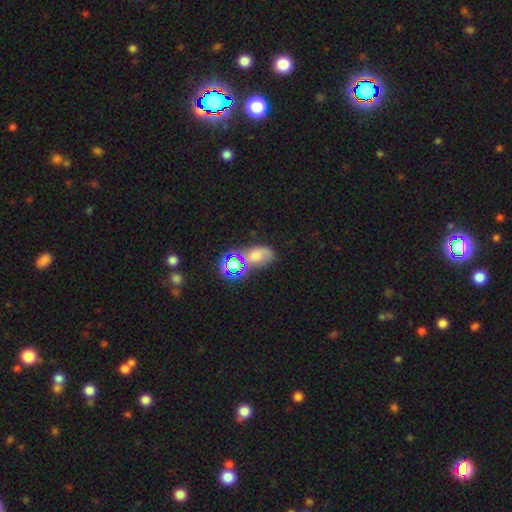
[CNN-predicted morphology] type=smooth (41%); merging=none (44%).